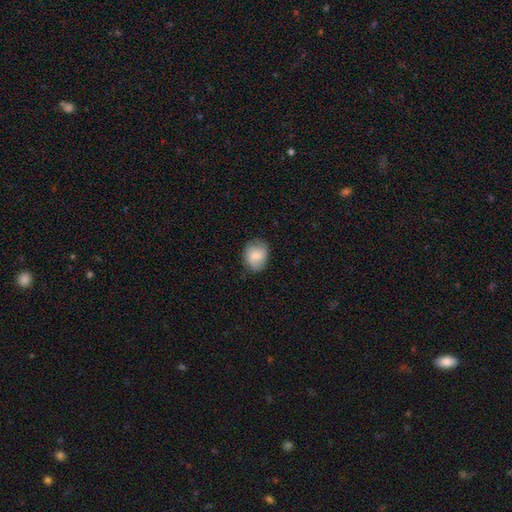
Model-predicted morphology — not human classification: type=smooth (72%); roundness=round (55%); merging=none (77%).